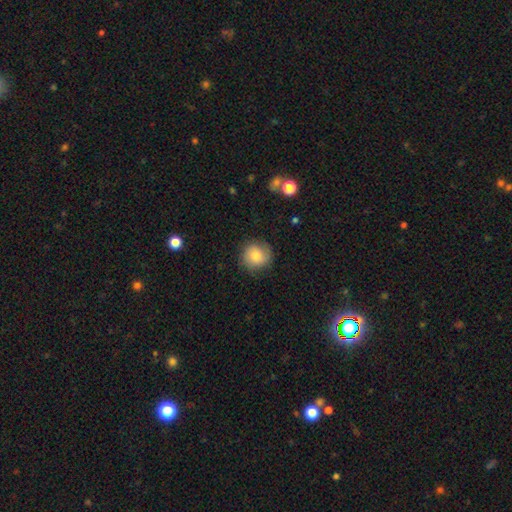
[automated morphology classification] This appears to be a smooth galaxy with no disk features (73%) that is round (89%). Merging: none (81%).